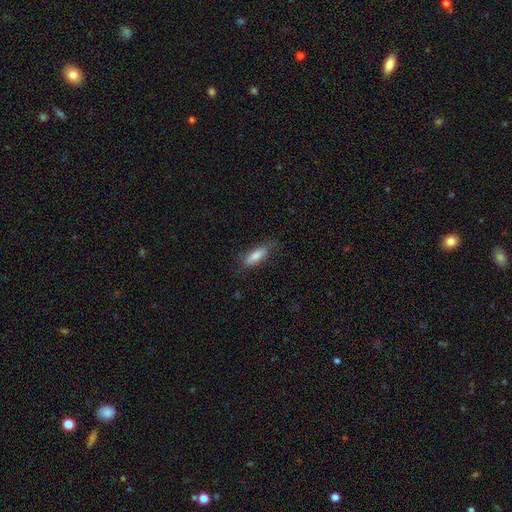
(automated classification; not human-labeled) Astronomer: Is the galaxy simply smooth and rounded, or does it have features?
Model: smooth — 77%.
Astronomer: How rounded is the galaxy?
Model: cigar-shaped — 49%, tied with in between at 49%.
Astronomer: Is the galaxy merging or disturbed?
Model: none — 76%.